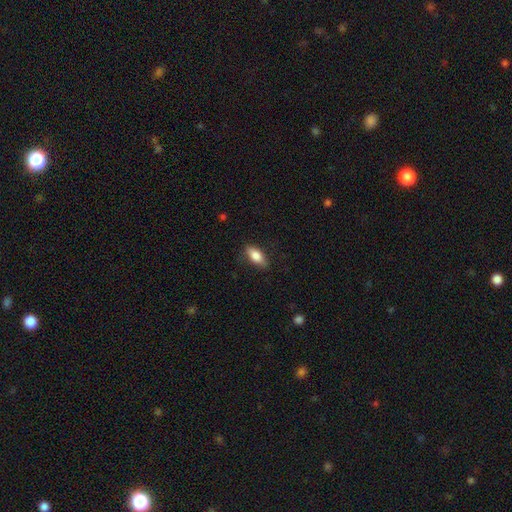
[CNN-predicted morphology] Q: Smooth or featured?
A: smooth (81%); runner-up: featured or disk (13%)
Q: How rounded?
A: in between (81%); runner-up: cigar-shaped (16%)
Q: Merging?
A: none (83%); runner-up: minor disturbance (13%)